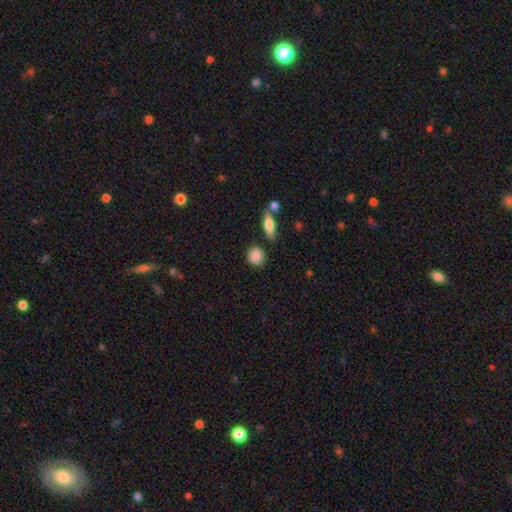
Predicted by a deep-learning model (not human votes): Morphology: type=smooth (86%); roundness=round (79%); merging=none (79%).